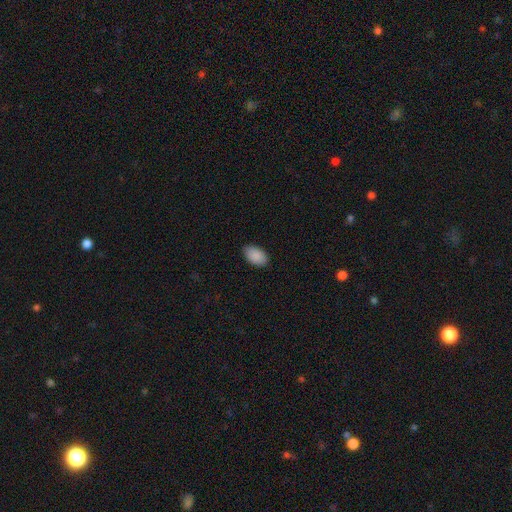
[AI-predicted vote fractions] smooth-or-featured: smooth: 90% | star or artifact: 7% | featured or disk: 3%
  how-rounded: in between: 94% | round: 5% | cigar-shaped: 1%
  merging: none: 87% | minor disturbance: 10% | major disturbance: 2% | merger: 1%